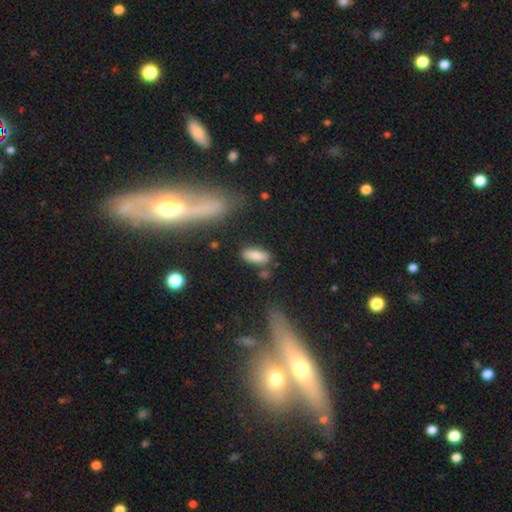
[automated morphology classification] This appears to be a smooth galaxy with no disk features (83%) that is in between round and cigar-shaped (75%). Merging: none (77%).